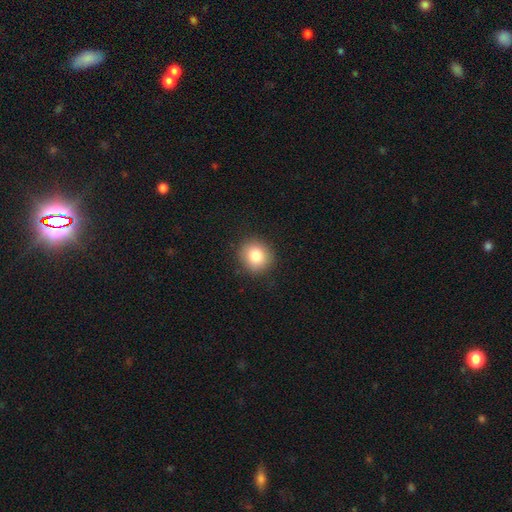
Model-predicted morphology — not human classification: Overall: smooth (83%). How rounded: round (86%). Merging: none (89%).